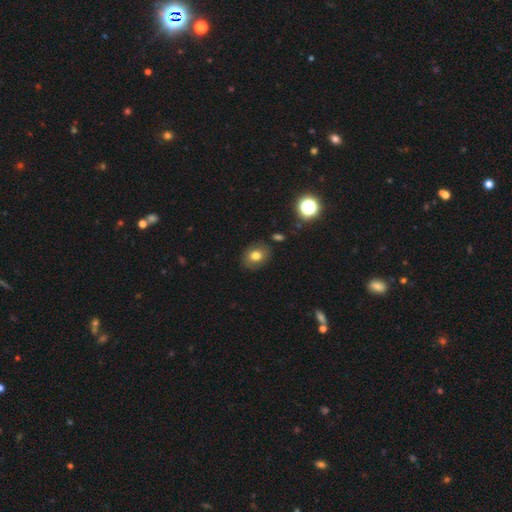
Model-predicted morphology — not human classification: Q: Smooth or featured?
A: smooth (76%); runner-up: featured or disk (13%)
Q: How rounded?
A: round (51%); runner-up: in between (48%)
Q: Merging?
A: none (83%); runner-up: minor disturbance (11%)